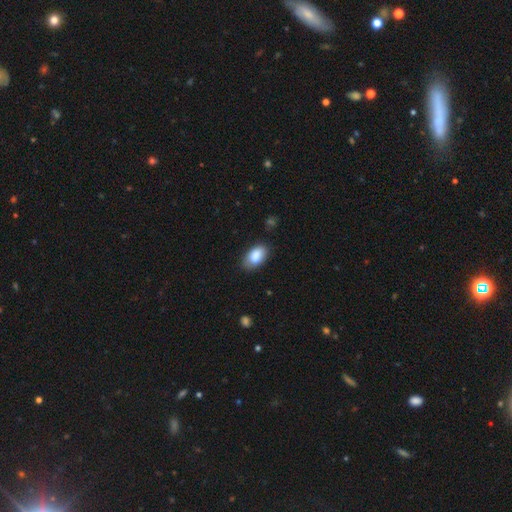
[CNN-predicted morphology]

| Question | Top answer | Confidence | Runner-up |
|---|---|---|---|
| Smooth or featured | smooth | 87% | featured or disk (7%) |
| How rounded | in between | 94% | round (4%) |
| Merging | none | 79% | minor disturbance (16%) |